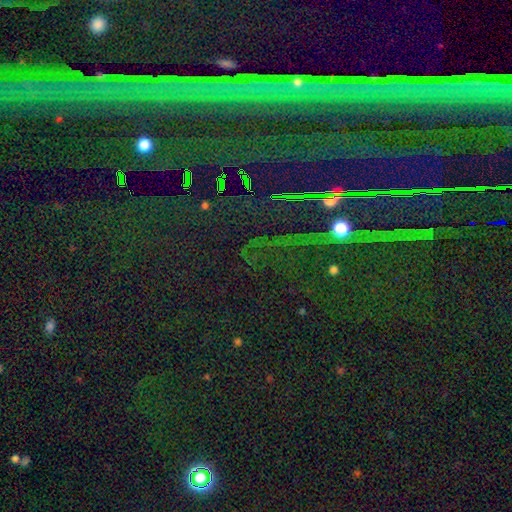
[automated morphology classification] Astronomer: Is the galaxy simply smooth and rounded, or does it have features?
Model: star or artifact — 86%.